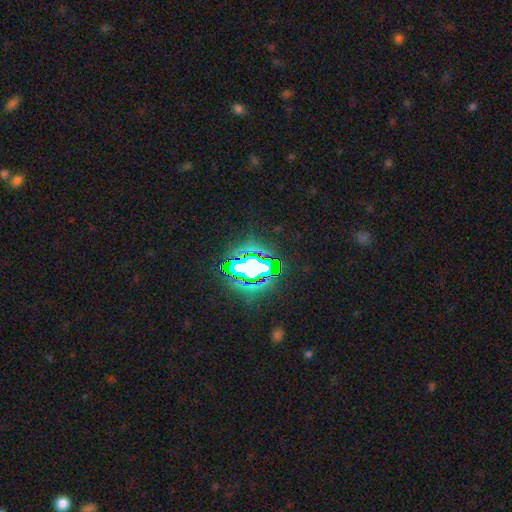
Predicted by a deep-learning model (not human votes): Morphology: type=star or artifact (77%).